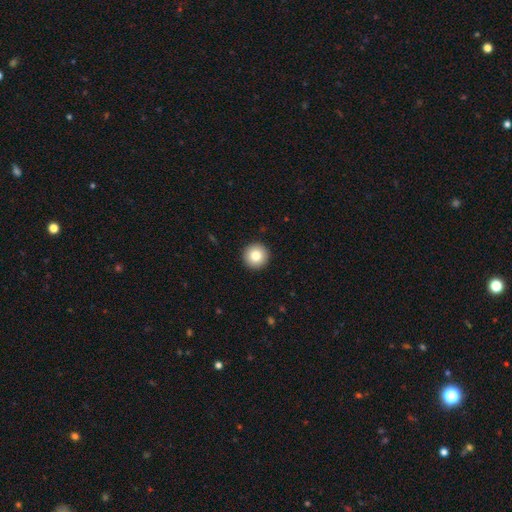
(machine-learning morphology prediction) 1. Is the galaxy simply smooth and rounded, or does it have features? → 83% smooth, 9% star or artifact, 8% featured or disk.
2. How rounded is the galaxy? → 96% round, 3% in between, 1% cigar-shaped.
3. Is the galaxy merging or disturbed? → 94% none, 4% minor disturbance, 1% major disturbance, 1% merger.